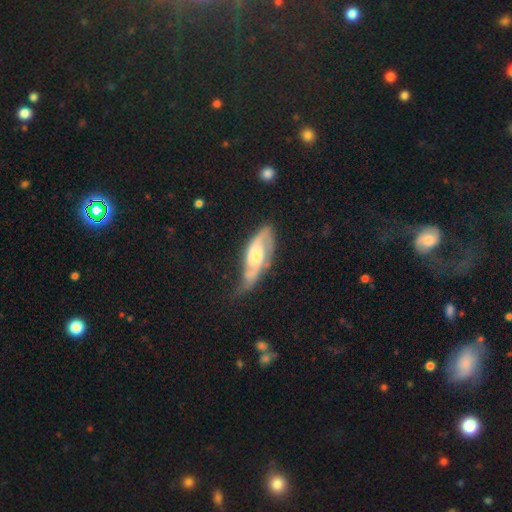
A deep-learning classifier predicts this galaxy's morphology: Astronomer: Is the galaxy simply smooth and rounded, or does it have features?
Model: featured or disk — 77%.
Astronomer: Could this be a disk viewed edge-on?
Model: no — 87%.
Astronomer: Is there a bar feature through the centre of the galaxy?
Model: no — 56% (runner-up: weak, 34%).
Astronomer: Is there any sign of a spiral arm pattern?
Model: yes — 92%.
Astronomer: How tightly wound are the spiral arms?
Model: medium — 47% (runner-up: tight, 31%).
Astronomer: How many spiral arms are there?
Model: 2 — 75%.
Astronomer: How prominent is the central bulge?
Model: moderate — 52%.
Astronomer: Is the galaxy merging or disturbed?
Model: none — 50% (runner-up: minor disturbance, 31%).